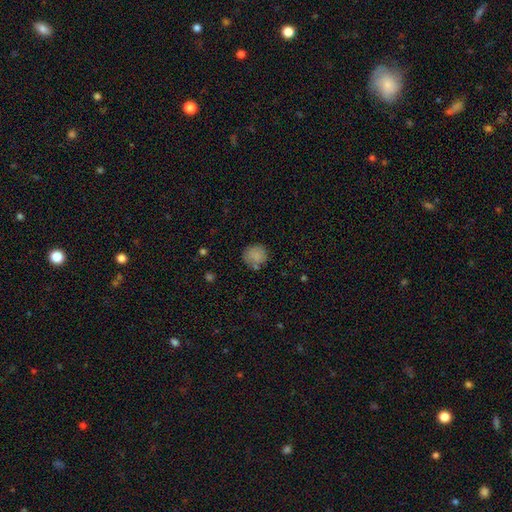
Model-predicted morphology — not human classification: The model was most divided on "merging": none: 74%, minor disturbance: 15%, merger: 7%, major disturbance: 4%. More confident: how rounded — round (87%); smooth or featured — smooth (83%).